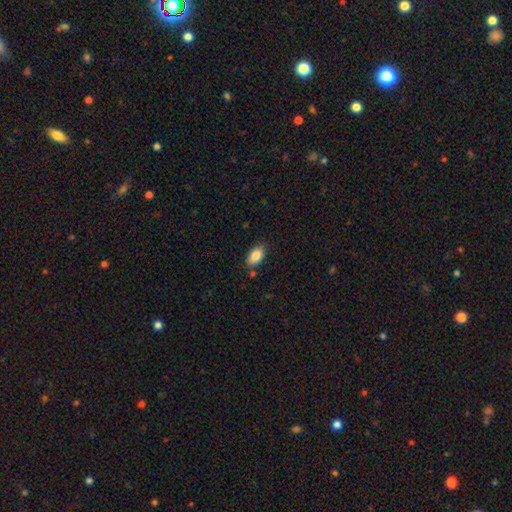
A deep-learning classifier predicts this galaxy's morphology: Q: Smooth or featured?
A: smooth (86%); runner-up: star or artifact (7%)
Q: How rounded?
A: in between (93%); runner-up: round (4%)
Q: Merging?
A: none (83%); runner-up: minor disturbance (12%)